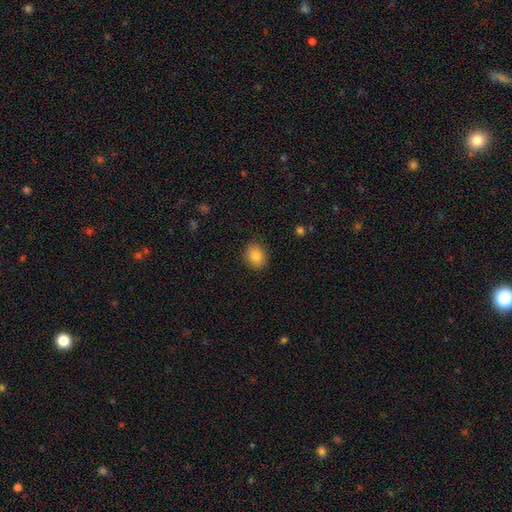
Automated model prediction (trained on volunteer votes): This appears to be a smooth galaxy with no disk features (84%) that is round (54%). Merging: none (88%).